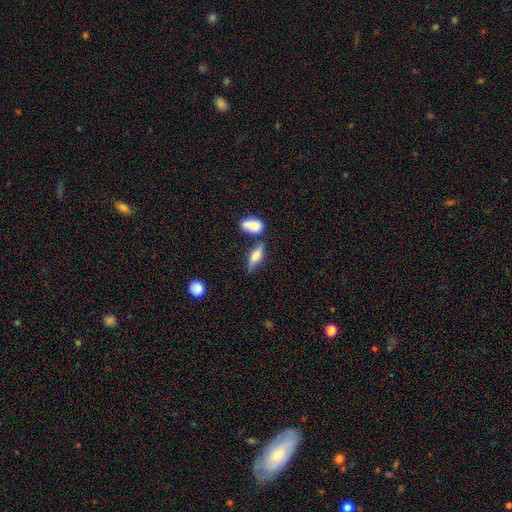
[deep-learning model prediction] A smooth galaxy with no disk features (60%) that is in between round and cigar-shaped (61%).

Vote fractions:
- Smooth or featured? smooth: 60% / featured or disk: 32% / star or artifact: 8%
- How rounded? in between: 61% / cigar-shaped: 35% / round: 4%
- Merging? none: 57% / merger: 19% / minor disturbance: 18% / major disturbance: 6%